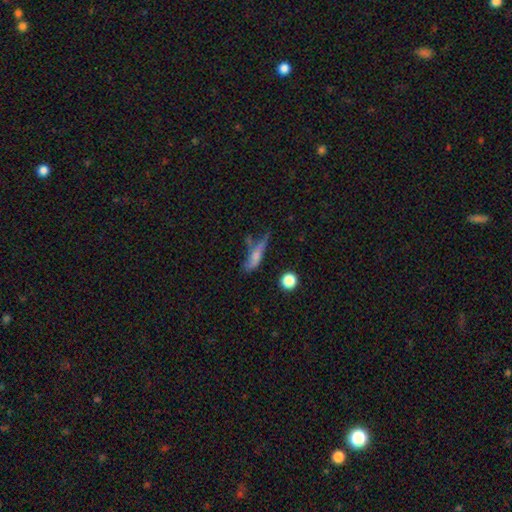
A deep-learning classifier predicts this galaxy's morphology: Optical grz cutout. It shows a smooth galaxy with no disk features (58%) that is cigar-shaped (62%). Merging: none (41%).